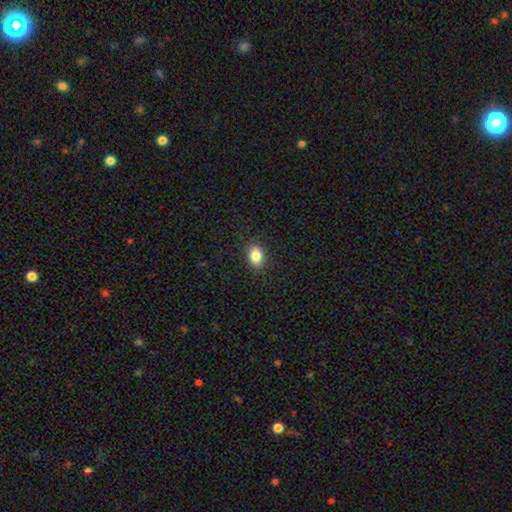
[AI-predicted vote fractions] A smooth galaxy with no disk features (84%) that is in between round and cigar-shaped (71%). Merging: none (88%).